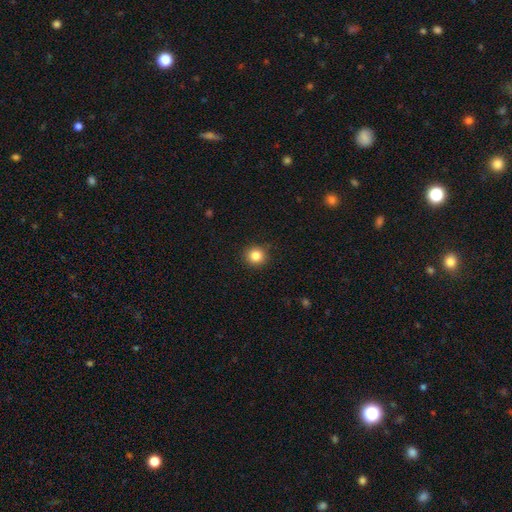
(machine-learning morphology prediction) Overall: smooth (84%). How rounded: round (92%). Merging: none (90%).